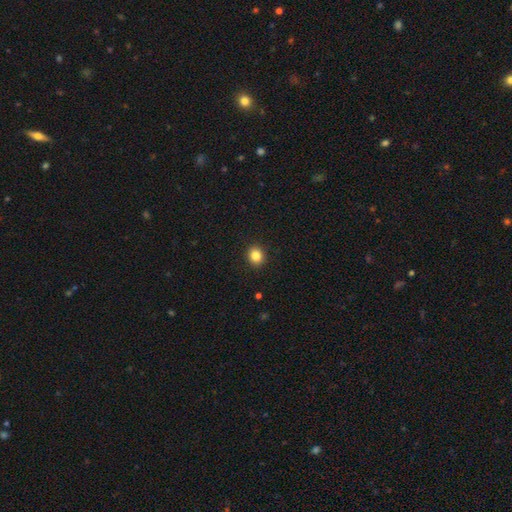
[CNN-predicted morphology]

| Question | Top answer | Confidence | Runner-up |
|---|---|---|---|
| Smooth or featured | smooth | 85% | star or artifact (11%) |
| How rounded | round | 76% | in between (23%) |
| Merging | none | 92% | minor disturbance (5%) |